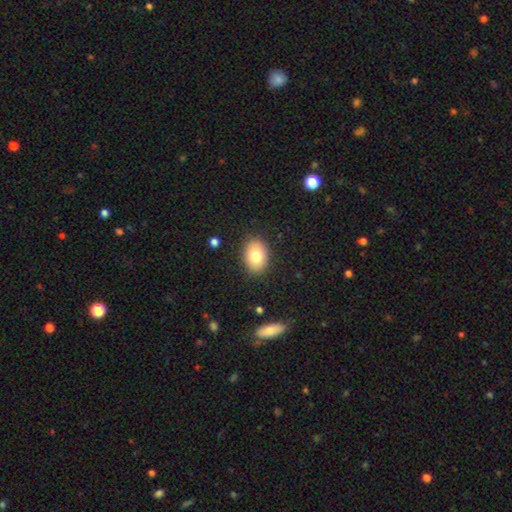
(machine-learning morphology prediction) Smooth or featured? Predicted: smooth (p=0.78). How rounded? Predicted: in between (p=0.77). Merging? Predicted: none (p=0.87).